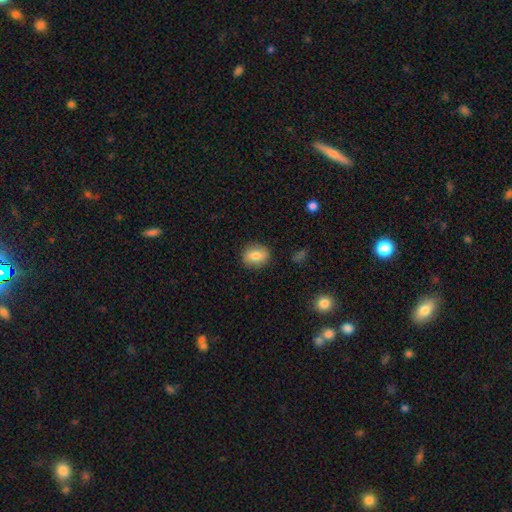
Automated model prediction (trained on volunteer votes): smooth_or_featured: smooth (p=0.79) [alt: featured or disk p=0.12]
how_rounded: round (p=0.60) [alt: in between p=0.38]
merging: none (p=0.87) [alt: minor disturbance p=0.09]